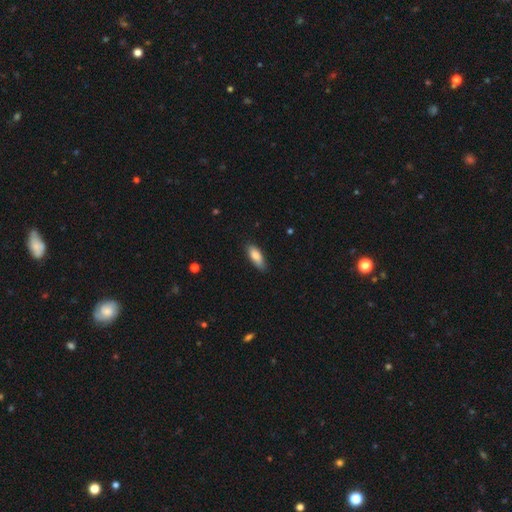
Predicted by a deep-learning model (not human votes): A smooth galaxy with no disk features (83%) that is in between round and cigar-shaped (70%). Merging: none (79%).